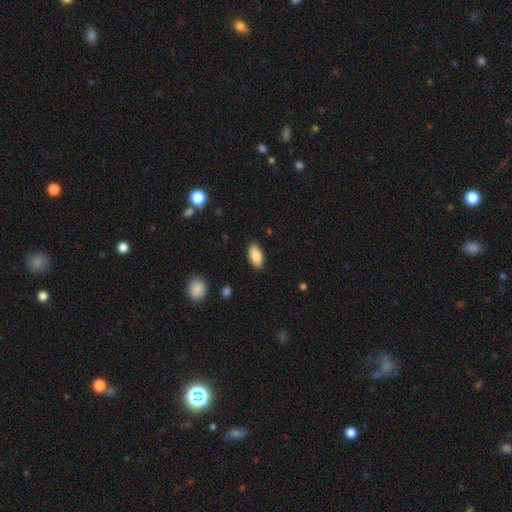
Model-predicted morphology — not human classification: A smooth galaxy with no disk features (86%) that is in between round and cigar-shaped (92%). Merging: none (88%).